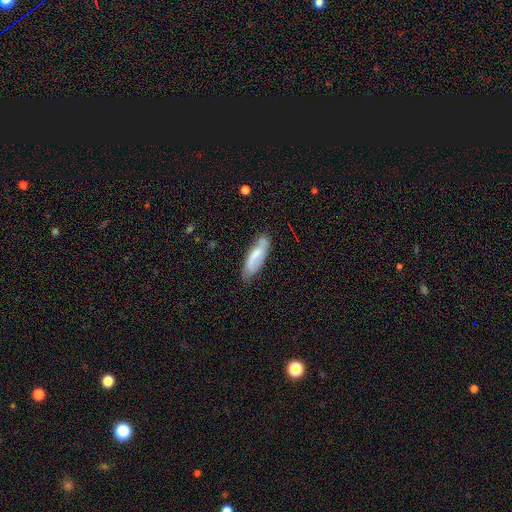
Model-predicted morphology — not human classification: smooth_or_featured: smooth (p=0.47) [alt: featured or disk p=0.46]
merging: none (p=0.73) [alt: minor disturbance p=0.21]